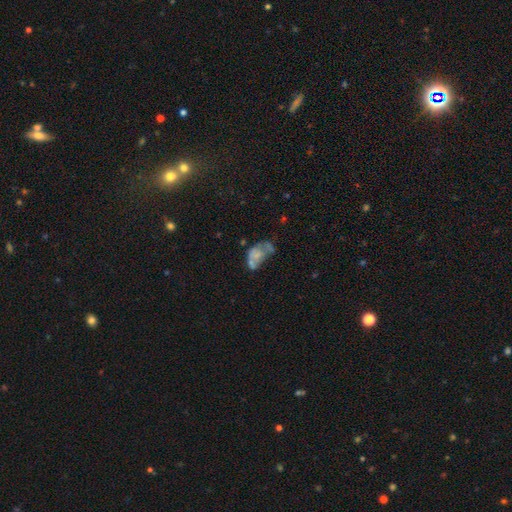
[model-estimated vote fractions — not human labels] smooth_or_featured: smooth (p=0.45) [alt: featured or disk p=0.44]
merging: merger (p=0.30) [alt: major disturbance p=0.29]